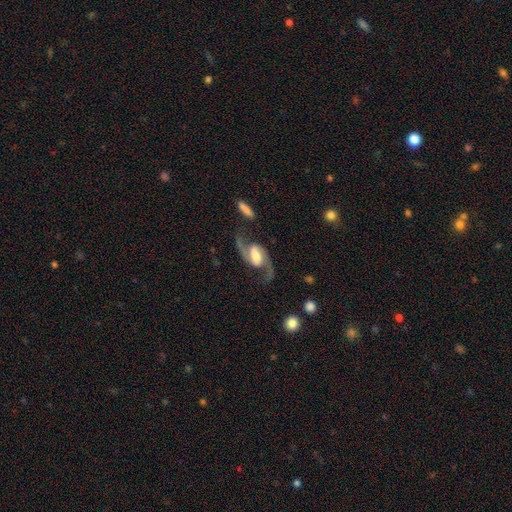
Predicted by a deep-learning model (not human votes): A featured or disk galaxy (90%) with a weak bar (46%), 2 (94%) loose (54%) spiral arms (97%) and a moderate central bulge (47%).

Vote fractions:
- Smooth or featured? featured or disk: 90% / smooth: 5% / star or artifact: 5%
- Edge-on disk? no: 97% / yes: 3%
- Bar? weak: 46% / strong: 34% / no: 21%
- Spiral arms? yes: 97% / no: 3%
- Spiral winding? loose: 54% / medium: 39% / tight: 7%
- Spiral arm count? 2: 94% / 1: 2% / can't tell: 1% / 3: 1% / 4: 1% / more than 4: 1%
- Bulge size? moderate: 47% / large: 28% / small: 16% / none: 6% / dominant: 3%
- Merging? none: 74% / minor disturbance: 13% / major disturbance: 9% / merger: 3%